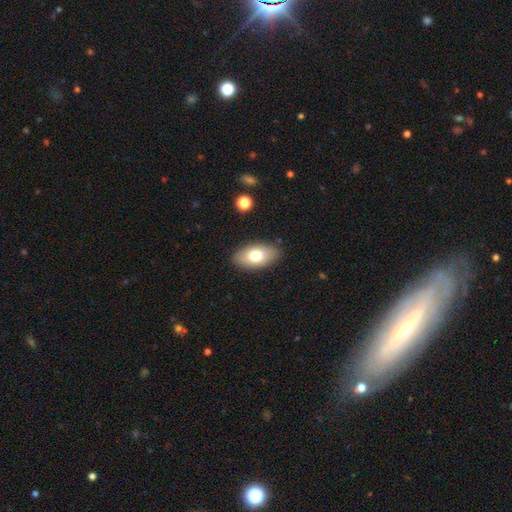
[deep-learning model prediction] Smooth or featured? Predicted: smooth (p=0.74). How rounded? Predicted: in between (p=0.93). Merging? Predicted: none (p=0.87).